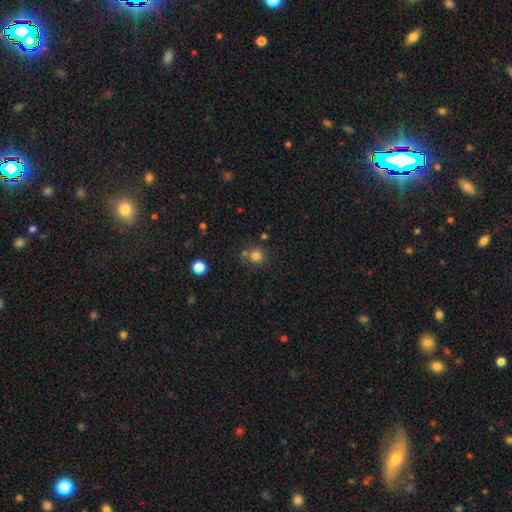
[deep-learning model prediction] This appears to be a smooth galaxy with no disk features (79%) that is round (86%). Merging: none (70%).